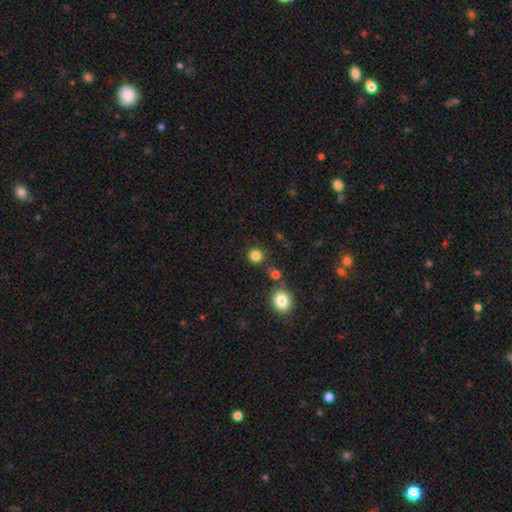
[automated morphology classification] Q: Smooth or featured?
A: smooth (83%); runner-up: star or artifact (13%)
Q: How rounded?
A: round (91%); runner-up: in between (8%)
Q: Merging?
A: none (83%); runner-up: minor disturbance (8%)